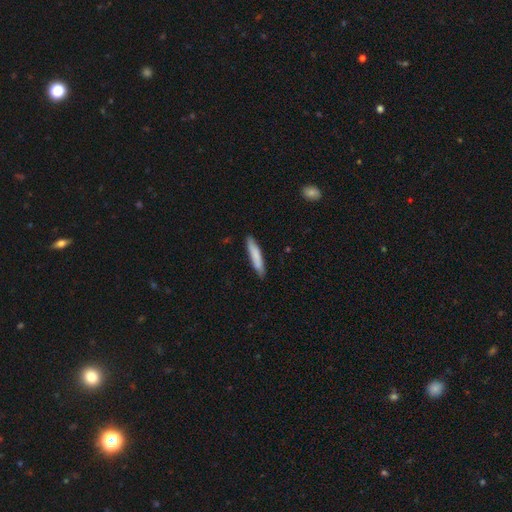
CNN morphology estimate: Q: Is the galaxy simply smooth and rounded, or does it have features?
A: smooth — 80%.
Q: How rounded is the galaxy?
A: cigar-shaped — 90%.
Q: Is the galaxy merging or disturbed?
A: none — 86%.